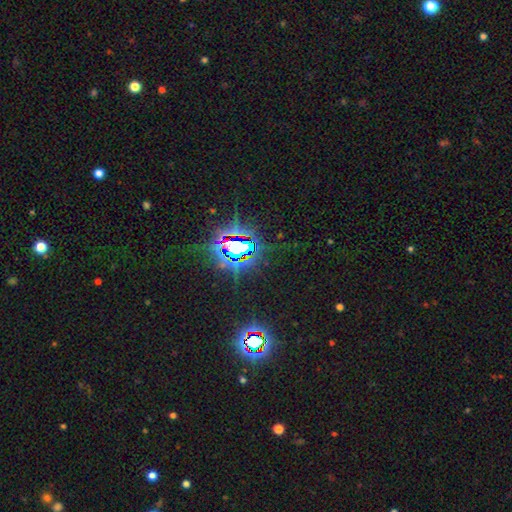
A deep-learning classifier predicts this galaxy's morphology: Smooth or featured? Predicted: star or artifact (p=0.86).